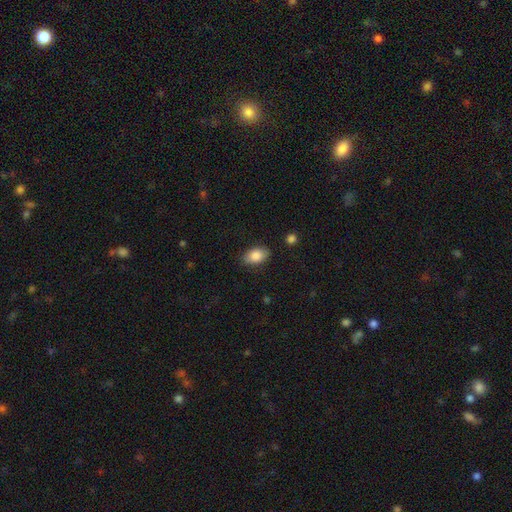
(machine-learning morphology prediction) This is clearly a smooth galaxy (85%). How rounded: clearly in between (89%). Merging: clearly none (84%).